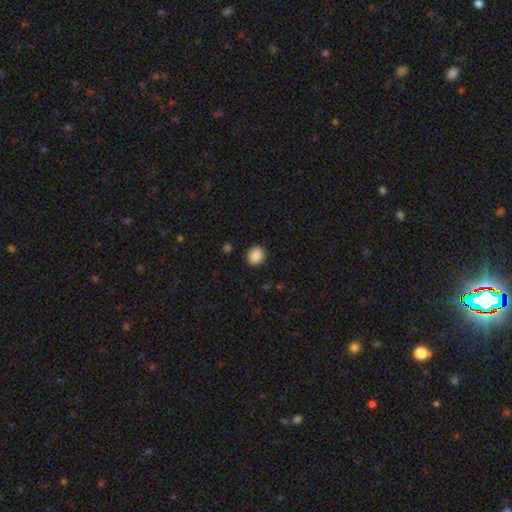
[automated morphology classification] Smooth or featured? Predicted: smooth (p=0.89). How rounded? Predicted: round (p=0.63). Merging? Predicted: none (p=0.89).